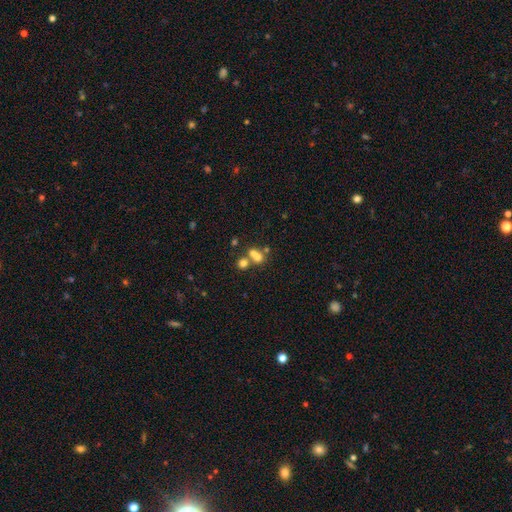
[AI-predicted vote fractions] A smooth galaxy with no disk features (62%) that is round (71%).

Vote fractions:
- Smooth or featured? smooth: 62% / featured or disk: 20% / star or artifact: 18%
- How rounded? round: 71% / in between: 28% / cigar-shaped: 1%
- Merging? merger: 57% / none: 32% / minor disturbance: 6% / major disturbance: 5%